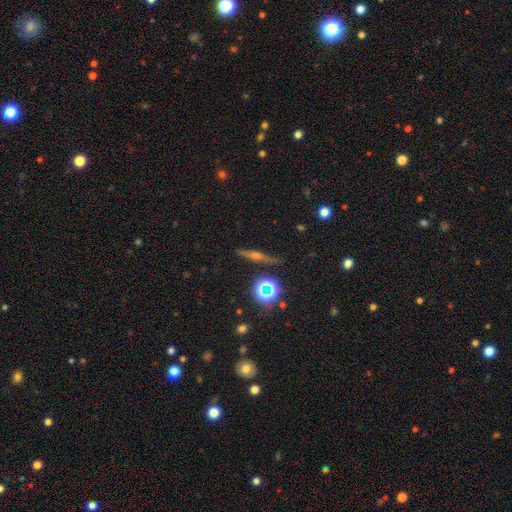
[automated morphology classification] This appears to be a featured or disk galaxy (63%) viewed edge-on (95%) with a rounded central bulge (89%). Merging: none (88%).